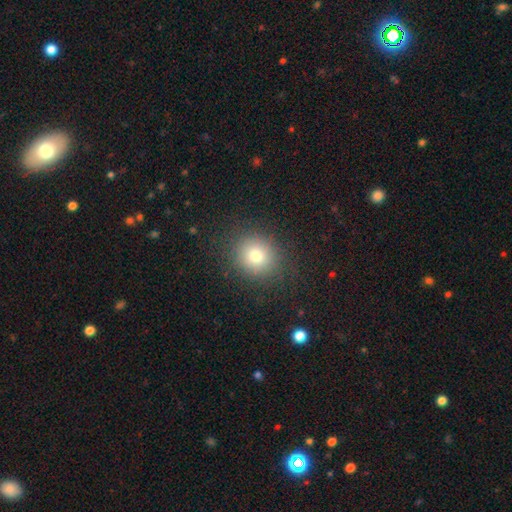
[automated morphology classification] Smooth or featured? smooth (77%)
How rounded? round (82%)
Merging? none (87%)